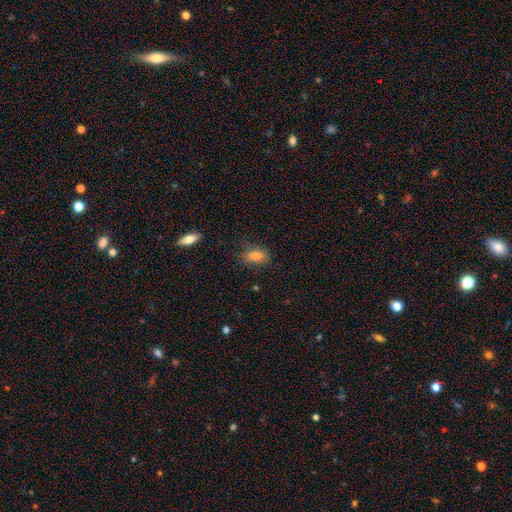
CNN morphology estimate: smooth 80%, featured or disk 11%, star or artifact 9%. Down the decision tree: how rounded — in between (81%); merging — none (79%).